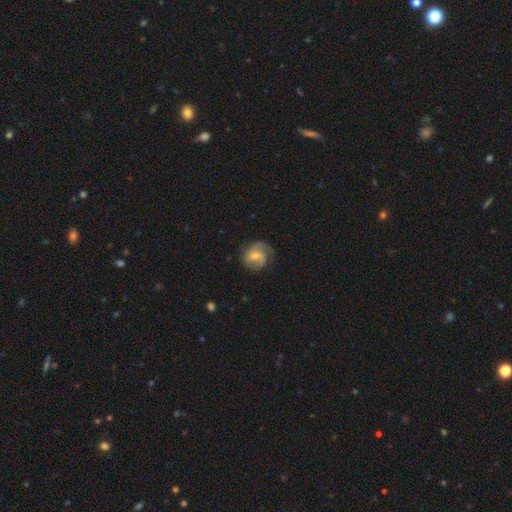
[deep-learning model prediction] A featured or disk galaxy (68%) with no bar (50%), 2 (50%) medium (45%) spiral arms (92%) and a small central bulge (47%).

Vote fractions:
- Smooth or featured? featured or disk: 68% / smooth: 25% / star or artifact: 7%
- Edge-on disk? no: 98% / yes: 2%
- Bar? no: 50% / weak: 41% / strong: 9%
- Spiral arms? yes: 92% / no: 8%
- Spiral winding? medium: 45% / tight: 31% / loose: 24%
- Spiral arm count? 2: 50% / 1: 23% / can't tell: 14% / 3: 9% / 4: 2% / more than 4: 2%
- Bulge size? small: 47% / moderate: 45% / none: 4% / large: 3% / dominant: 1%
- Merging? none: 64% / minor disturbance: 22% / major disturbance: 13% / merger: 1%